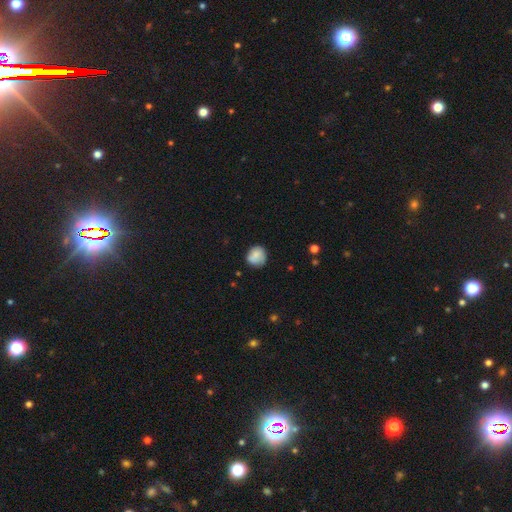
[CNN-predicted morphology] Smooth or featured?
  - smooth: 81% *
  - featured or disk: 12%
  - star or artifact: 8%
How rounded?
  - round: 81% *
  - in between: 18%
  - cigar-shaped: 1%
Merging?
  - none: 71% *
  - minor disturbance: 22%
  - major disturbance: 5%
  - merger: 2%